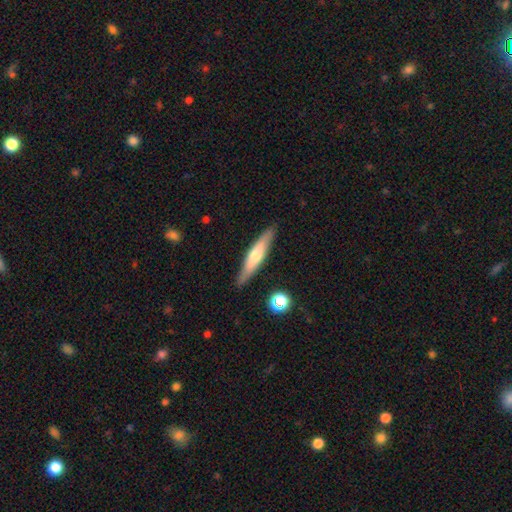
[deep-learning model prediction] A featured or disk galaxy (47%).

Vote fractions:
- Smooth or featured? featured or disk: 47% / smooth: 46% / star or artifact: 6%
- Merging? none: 88% / minor disturbance: 9% / major disturbance: 2% / merger: 2%